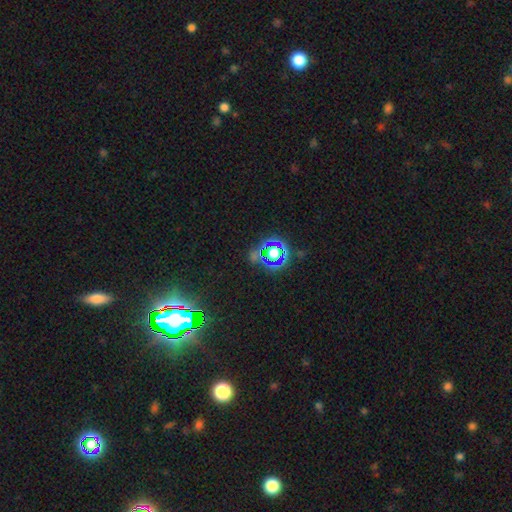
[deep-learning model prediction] A star or artifact, not a galaxy (76%).